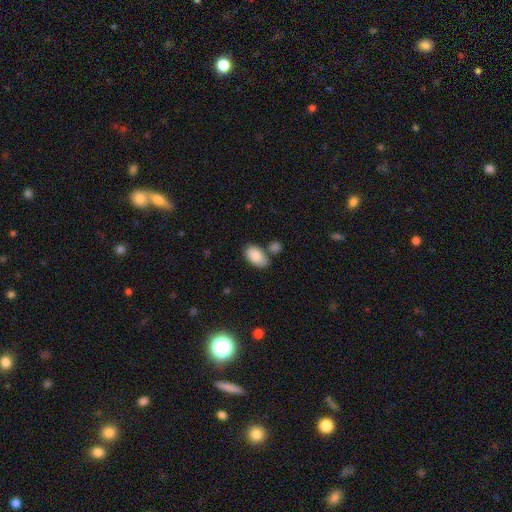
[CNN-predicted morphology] smooth_or_featured: smooth (p=0.87) [alt: featured or disk p=0.07]
how_rounded: in between (p=0.94) [alt: round p=0.04]
merging: none (p=0.62) [alt: merger p=0.17]